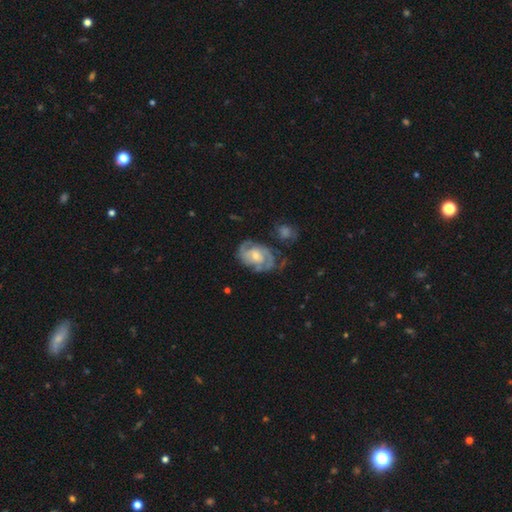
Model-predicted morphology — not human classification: Smooth or featured?
  - featured or disk: 84% *
  - smooth: 11%
  - star or artifact: 5%
Edge-on disk?
  - no: 97% *
  - yes: 3%
Bar?
  - no: 60% *
  - weak: 33%
  - strong: 7%
Spiral arms?
  - yes: 94% *
  - no: 6%
Spiral winding?
  - tight: 55% *
  - medium: 36%
  - loose: 10%
Spiral arm count?
  - 2: 56% *
  - can't tell: 20%
  - 3: 14%
  - 1: 4%
  - 4: 3%
  - more than 4: 3%
Bulge size?
  - moderate: 48% *
  - small: 46%
  - large: 3%
  - none: 2%
  - dominant: 1%
Merging?
  - none: 60% *
  - minor disturbance: 22%
  - major disturbance: 13%
  - merger: 5%